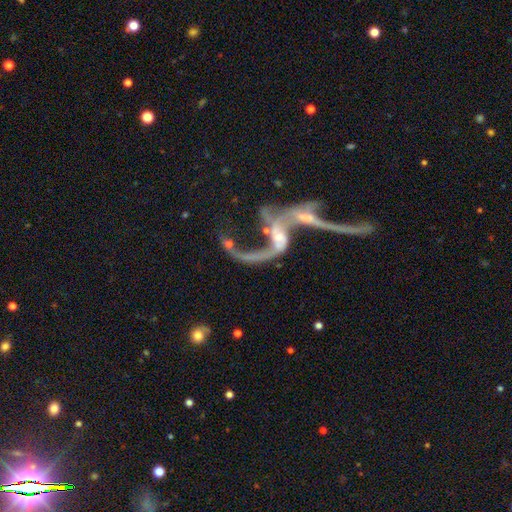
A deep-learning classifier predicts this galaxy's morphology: This is likely a featured or disk galaxy (78%). It is clearly not viewed edge-on (93%). Bar: possibly no (60%). Spiral arm pattern: likely yes (74%). Spiral arm count: possibly 2 (58%). Spiral winding: clearly loose (90%). Central bulge: marginally small (44%). Merging: likely merger (63%).